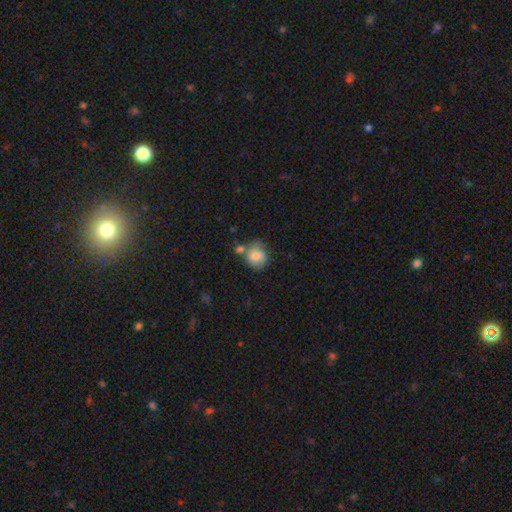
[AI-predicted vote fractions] smooth_or_featured: smooth (p=0.75) [alt: featured or disk p=0.17]
how_rounded: round (p=0.73) [alt: in between p=0.26]
merging: none (p=0.47) [alt: minor disturbance p=0.23]